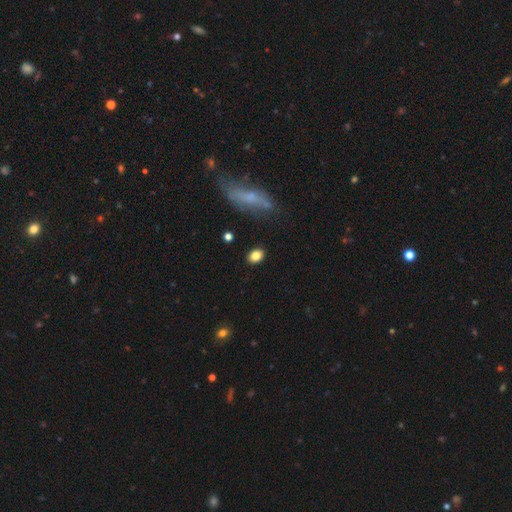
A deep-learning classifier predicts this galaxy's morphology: smooth 84%, star or artifact 9%, featured or disk 7%. Down the decision tree: how rounded — in between (67%); merging — none (86%).